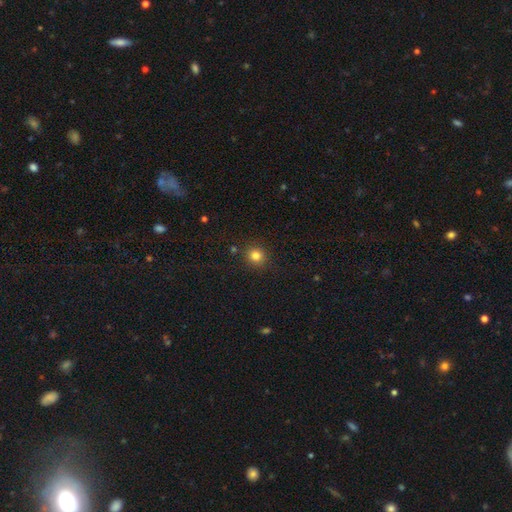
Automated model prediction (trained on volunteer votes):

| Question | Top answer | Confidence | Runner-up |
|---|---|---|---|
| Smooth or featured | smooth | 82% | star or artifact (13%) |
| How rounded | round | 90% | in between (9%) |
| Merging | none | 87% | minor disturbance (8%) |